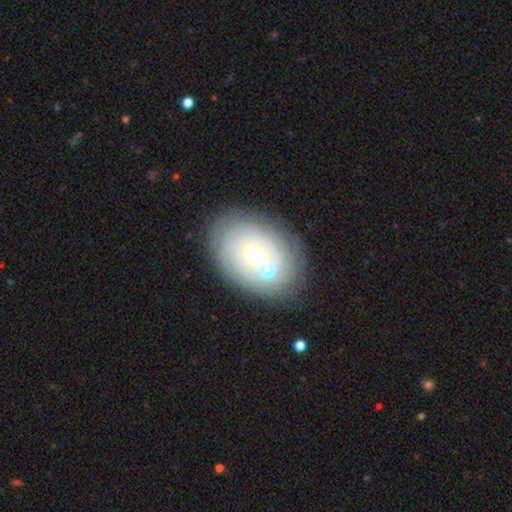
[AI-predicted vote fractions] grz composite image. It shows a featured or disk galaxy (65%) with no bar (71%), spiral arms (61%) and a moderate central bulge (59%). Merging: none (63%).